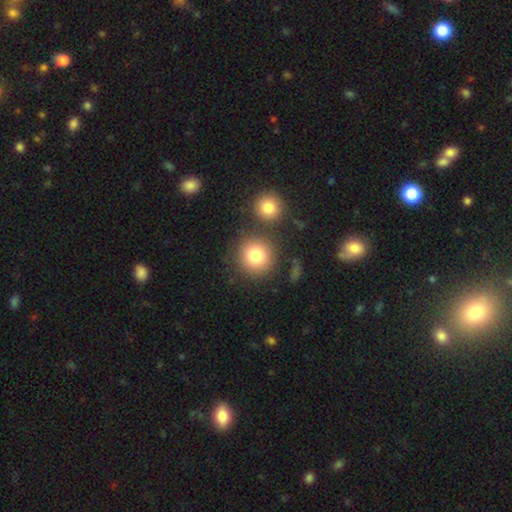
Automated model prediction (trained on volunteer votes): This appears to be a smooth galaxy with no disk features (81%) that is round (93%). Merging: none (76%).